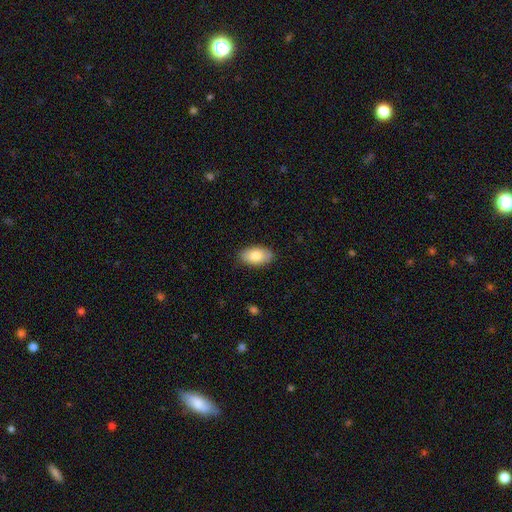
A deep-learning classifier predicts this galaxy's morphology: This appears to be a smooth galaxy with no disk features (83%) that is in between round and cigar-shaped (94%). Merging: none (87%).